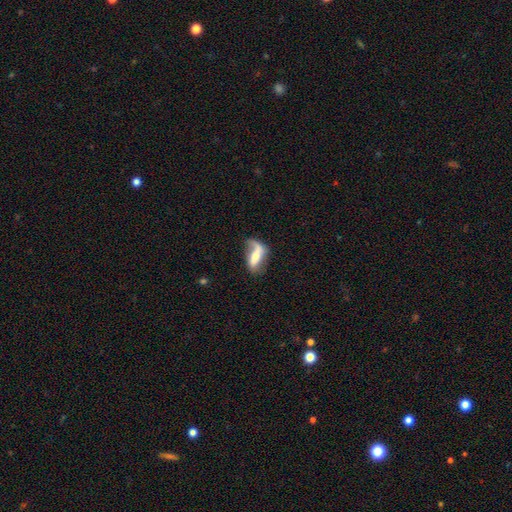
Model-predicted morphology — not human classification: Q: Smooth or featured?
A: featured or disk (55%); runner-up: smooth (38%)
Q: Edge-on disk?
A: no (85%); runner-up: yes (15%)
Q: Merging?
A: none (41%); runner-up: minor disturbance (28%)